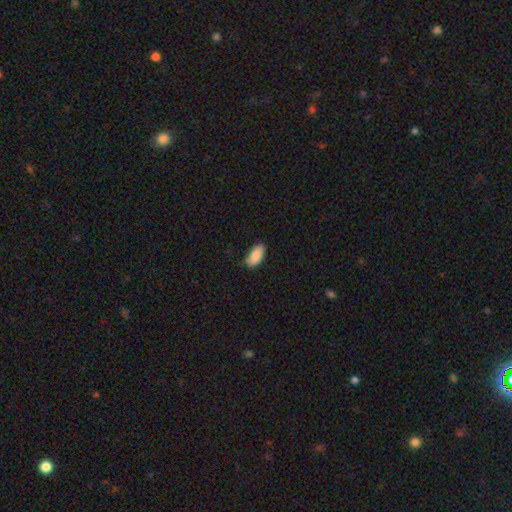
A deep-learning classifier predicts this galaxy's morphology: smooth 88%, star or artifact 7%, featured or disk 5%. Down the decision tree: how rounded — in between (93%); merging — none (77%).